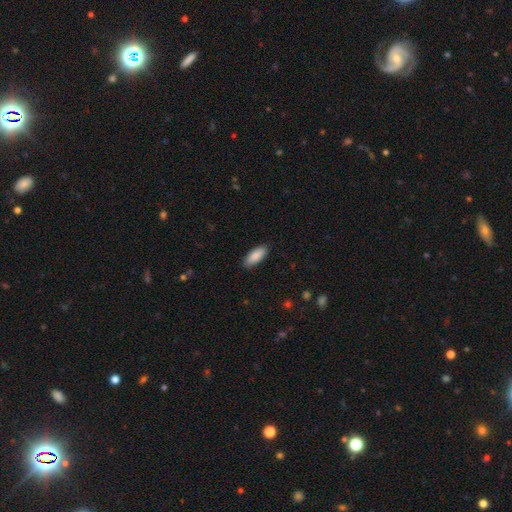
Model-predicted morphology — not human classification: A smooth galaxy with no disk features (90%) that is in between round and cigar-shaped (82%). Merging: none (88%).